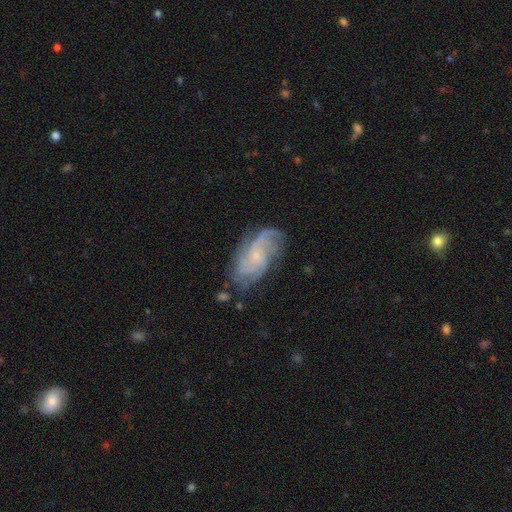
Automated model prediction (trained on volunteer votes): Overall: featured or disk (80%). Edge-on disk: no (96%). Bar: no (68%; weak 28%). Spiral arms: yes (95%). Spiral arm count: can't tell (27%; 3 25%). Spiral winding: medium (42%; tight 35%). Bulge size: small (73%). Merging: none (68%).